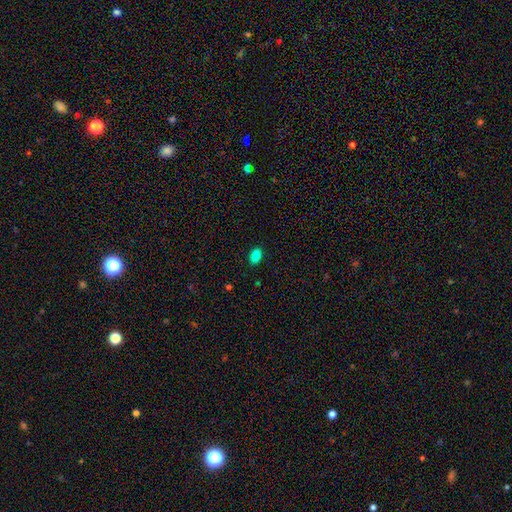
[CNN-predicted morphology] smooth-or-featured: smooth: 87% | star or artifact: 10% | featured or disk: 3%
  how-rounded: in between: 90% | round: 9% | cigar-shaped: 1%
  merging: none: 88% | minor disturbance: 8% | major disturbance: 2% | merger: 1%